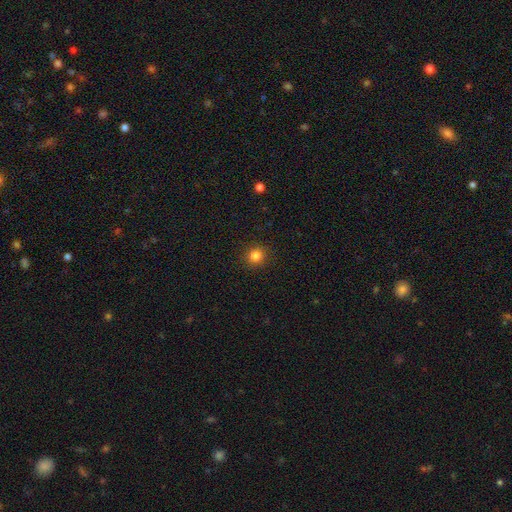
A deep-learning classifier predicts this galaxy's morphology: Smooth or featured? Predicted: smooth (p=0.83). How rounded? Predicted: round (p=0.91). Merging? Predicted: none (p=0.91).